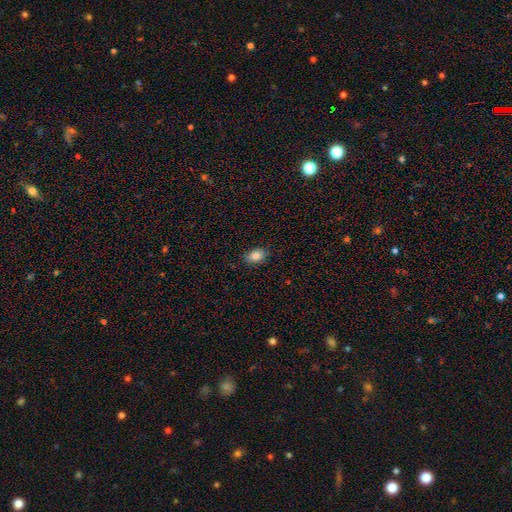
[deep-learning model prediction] This appears to be a smooth galaxy with no disk features (85%) that is in between round and cigar-shaped (78%). Merging: none (84%).